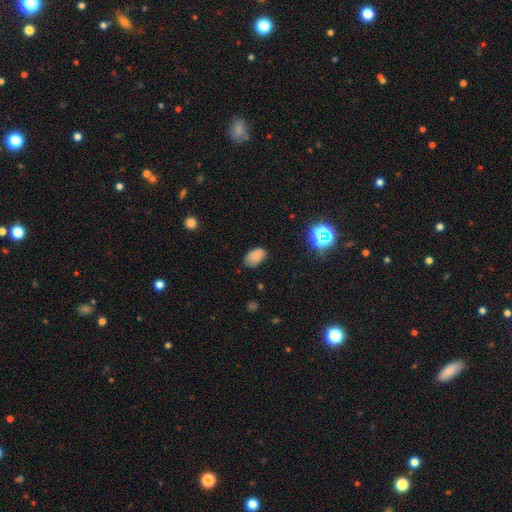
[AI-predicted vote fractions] Morphology: type=smooth (80%); roundness=in between (91%); merging=none (74%).